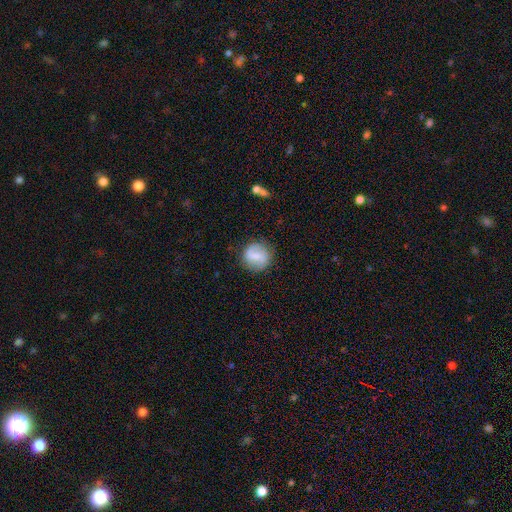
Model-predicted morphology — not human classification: Overall: smooth (50%; featured or disk 42%). How rounded: round (87%). Merging: none (80%).